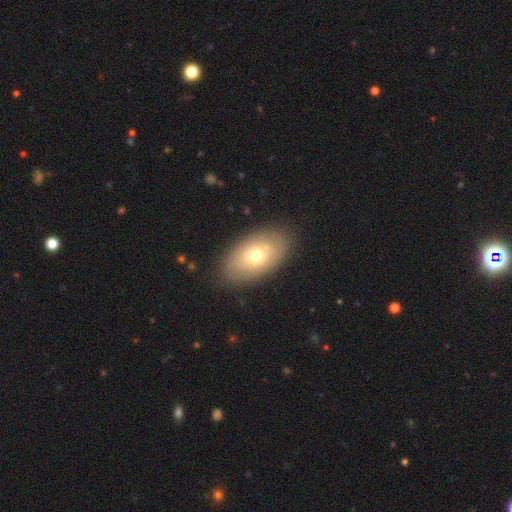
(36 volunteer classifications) Smooth or featured? smooth (72%)
How rounded? in between (96%)
Merging? none (86%)